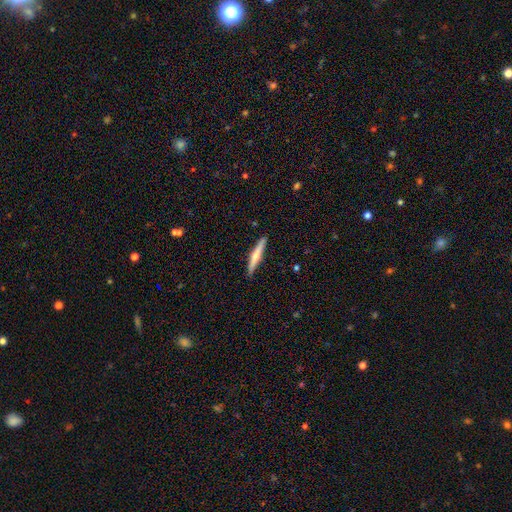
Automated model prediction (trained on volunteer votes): The model was most divided on "smooth or featured": featured or disk: 52%, smooth: 42%, star or artifact: 6%. More confident: edge-on disk — yes (97%); merging — none (91%); edge-on bulge — rounded (80%).